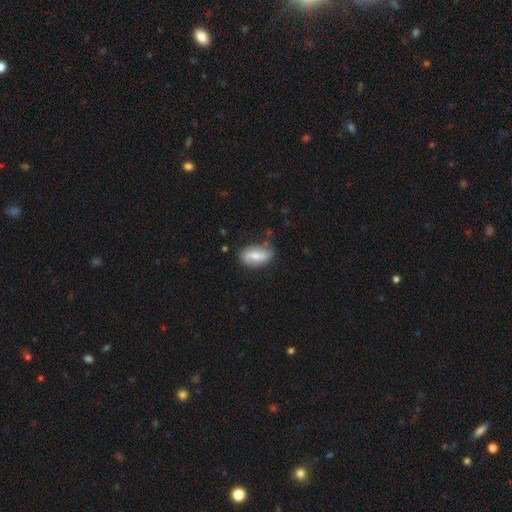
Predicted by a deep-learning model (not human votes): smooth 51%, featured or disk 43%, star or artifact 7%. Down the decision tree: how rounded — in between (88%); merging — none (71%).